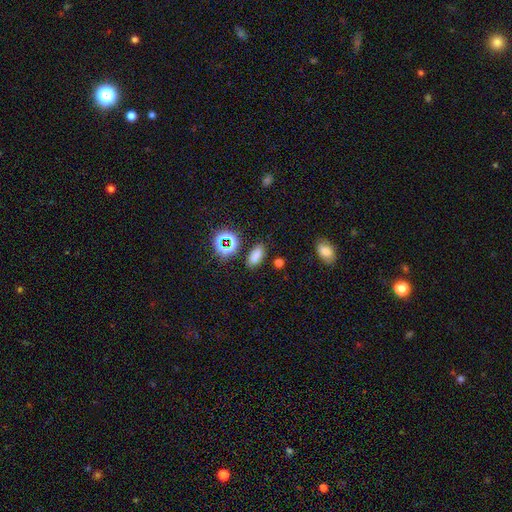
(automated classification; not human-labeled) Overall: smooth (75%). How rounded: in between (86%). Merging: none (83%).